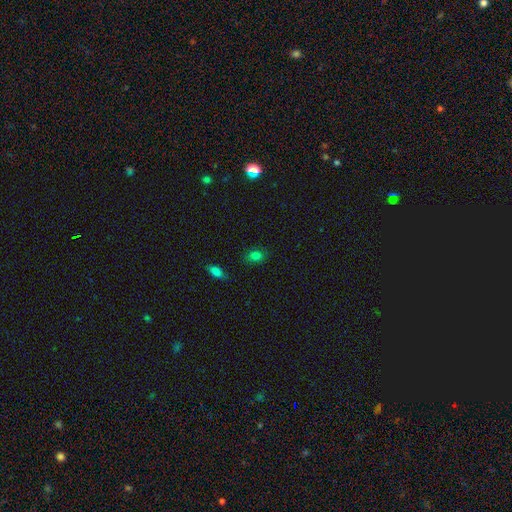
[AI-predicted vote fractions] Smooth or featured? Predicted: smooth (p=0.78). How rounded? Predicted: in between (p=0.64). Merging? Predicted: none (p=0.82).